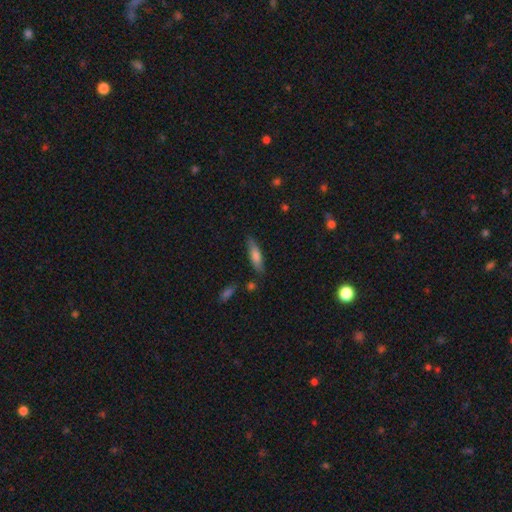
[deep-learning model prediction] Overall: smooth (72%). How rounded: cigar-shaped (63%; in between 35%). Merging: none (81%).